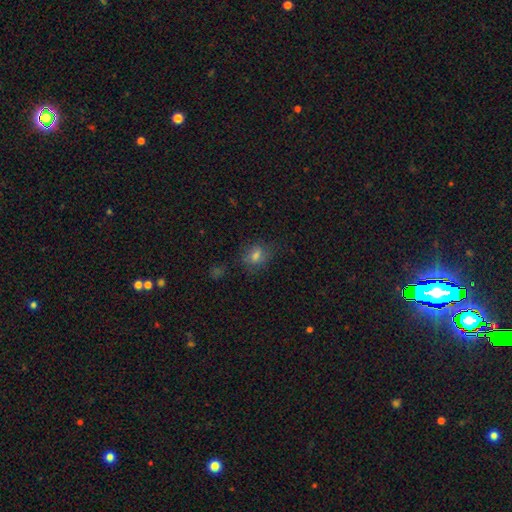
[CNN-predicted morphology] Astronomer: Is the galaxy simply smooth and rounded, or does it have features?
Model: smooth — 71%.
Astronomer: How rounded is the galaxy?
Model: in between — 60% (runner-up: round, 37%).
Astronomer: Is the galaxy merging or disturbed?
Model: none — 69%.